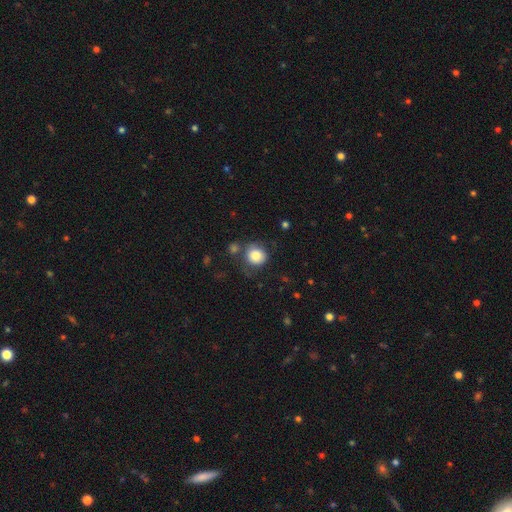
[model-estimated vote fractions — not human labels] Morphology: type=smooth (82%); roundness=round (86%); merging=none (67%).